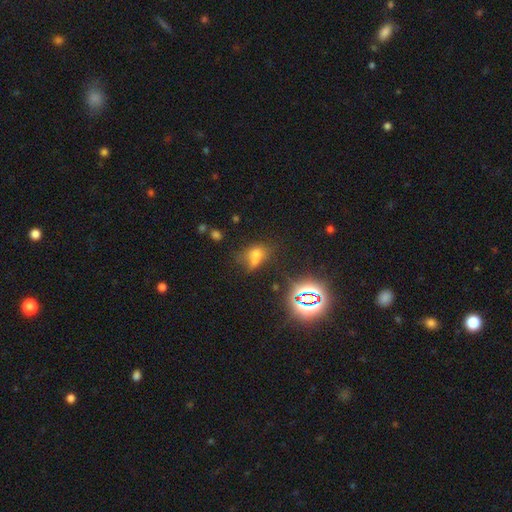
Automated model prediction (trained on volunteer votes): A smooth galaxy with no disk features (54%) that is in between round and cigar-shaped (62%).

Vote fractions:
- Smooth or featured? smooth: 54% / star or artifact: 28% / featured or disk: 18%
- How rounded? in between: 62% / round: 34% / cigar-shaped: 4%
- Merging? merger: 38% / none: 33% / minor disturbance: 16% / major disturbance: 14%